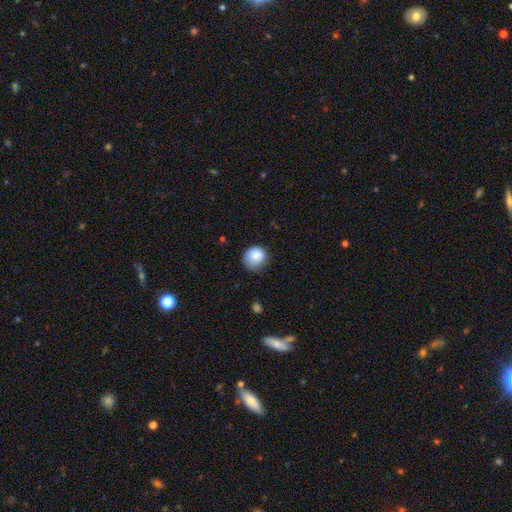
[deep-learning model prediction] Smooth or featured? Predicted: smooth (p=0.87). How rounded? Predicted: round (p=0.86). Merging? Predicted: none (p=0.69).